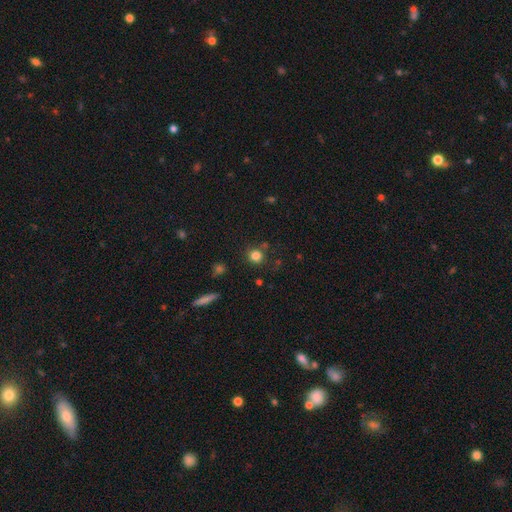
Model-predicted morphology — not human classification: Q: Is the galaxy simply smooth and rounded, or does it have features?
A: smooth — 81%.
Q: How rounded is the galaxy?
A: round — 89%.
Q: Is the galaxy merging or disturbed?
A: none — 79%.